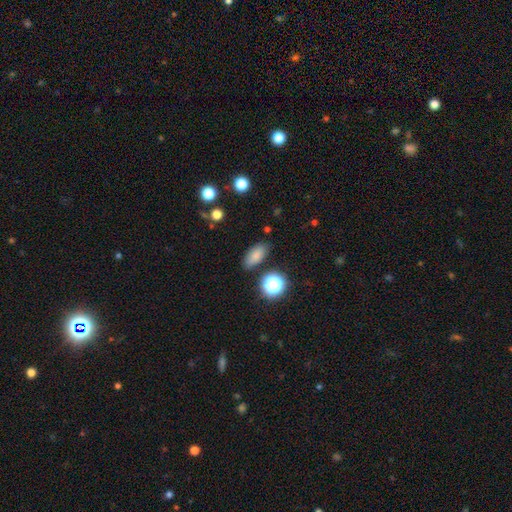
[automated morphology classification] Smooth or featured: smooth — 79% (star or artifact — 13%)
How rounded: in between — 83% (round — 9%)
Merging: none — 82% (minor disturbance — 12%)